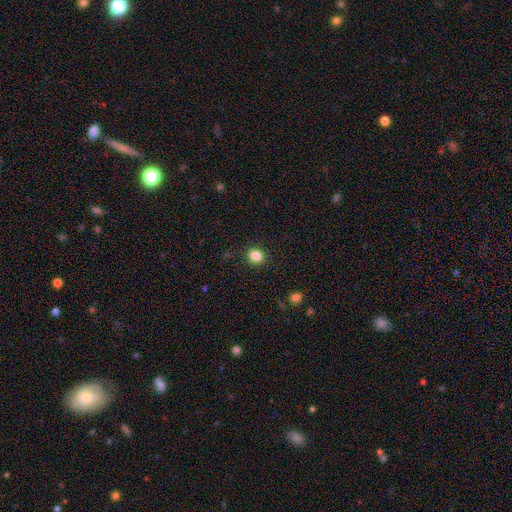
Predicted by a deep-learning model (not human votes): Q: Smooth or featured?
A: smooth (85%); runner-up: star or artifact (11%)
Q: How rounded?
A: round (85%); runner-up: in between (14%)
Q: Merging?
A: none (90%); runner-up: minor disturbance (7%)